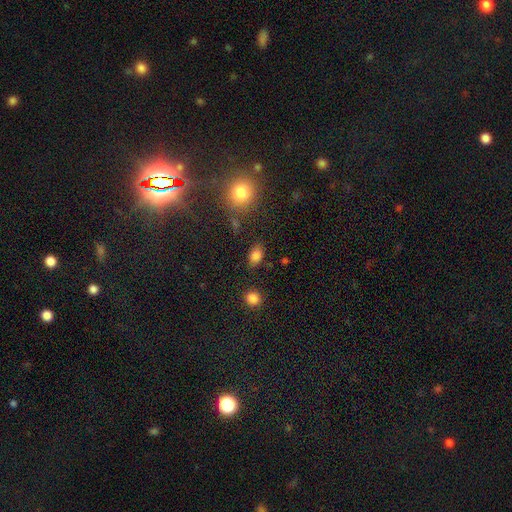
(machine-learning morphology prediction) This is clearly a smooth galaxy (83%). How rounded: clearly in between (82%). Merging: likely none (80%).